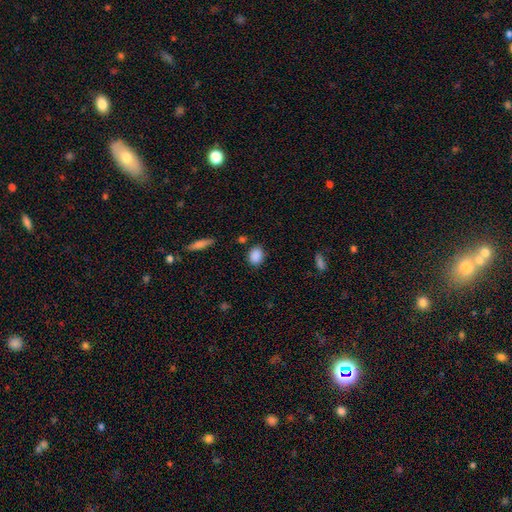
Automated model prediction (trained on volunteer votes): smooth 88%, star or artifact 8%, featured or disk 4%. Down the decision tree: how rounded — in between (60%); merging — none (82%).